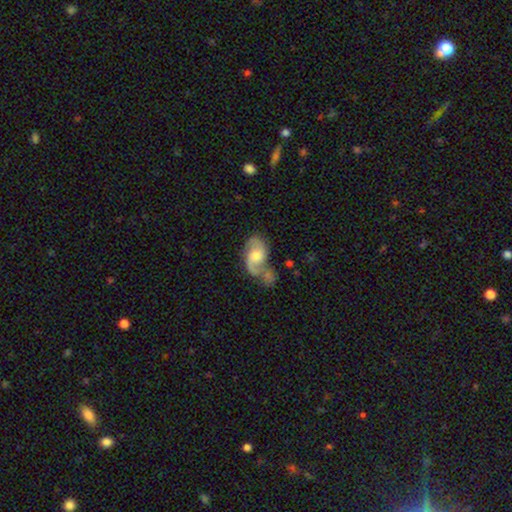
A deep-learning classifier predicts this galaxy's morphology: Smooth or featured?
  - featured or disk: 72% *
  - smooth: 21%
  - star or artifact: 6%
Edge-on disk?
  - no: 97% *
  - yes: 3%
Bar?
  - no: 56% *
  - weak: 37%
  - strong: 7%
Spiral arms?
  - yes: 90% *
  - no: 10%
Spiral winding?
  - loose: 44% *
  - medium: 43%
  - tight: 13%
Spiral arm count?
  - 2: 85% *
  - 1: 6%
  - can't tell: 5%
  - 3: 1%
  - 4: 1%
  - more than 4: 1%
Bulge size?
  - moderate: 59% *
  - small: 28%
  - large: 8%
  - none: 3%
  - dominant: 1%
Merging?
  - merger: 35% *
  - none: 33%
  - minor disturbance: 18%
  - major disturbance: 15%